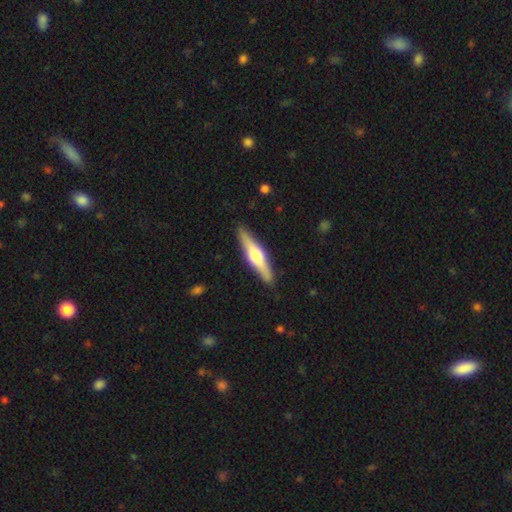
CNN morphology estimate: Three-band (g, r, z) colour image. It shows a featured or disk galaxy (58%) viewed edge-on (95%) with a rounded central bulge (92%). Merging: none (89%).